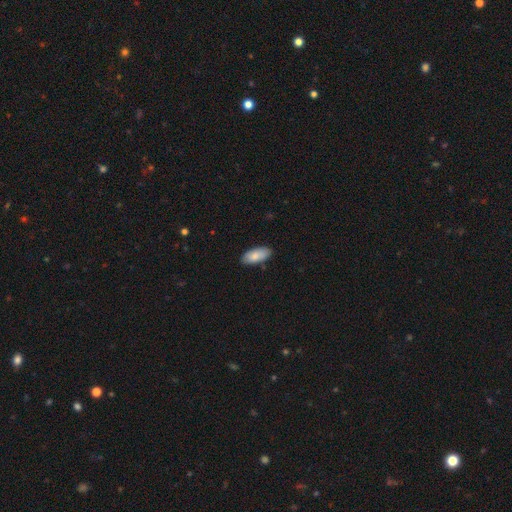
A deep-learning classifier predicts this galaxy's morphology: Smooth or featured?
  - smooth: 84% *
  - featured or disk: 10%
  - star or artifact: 6%
How rounded?
  - in between: 88% *
  - cigar-shaped: 10%
  - round: 2%
Merging?
  - none: 84% *
  - minor disturbance: 13%
  - major disturbance: 2%
  - merger: 1%